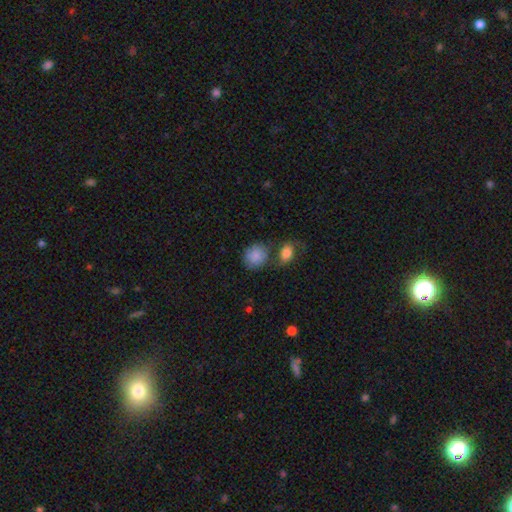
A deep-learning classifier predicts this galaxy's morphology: This appears to be a smooth galaxy with no disk features (87%) that is round (68%). Merging: none (62%).